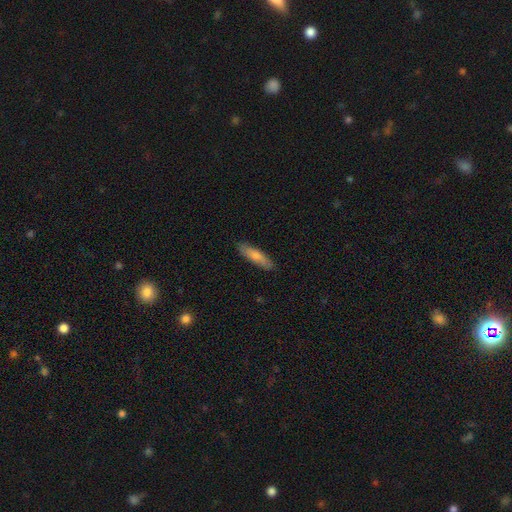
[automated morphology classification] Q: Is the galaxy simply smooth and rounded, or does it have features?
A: smooth — 76%.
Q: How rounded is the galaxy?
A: cigar-shaped — 64%.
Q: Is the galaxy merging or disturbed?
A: none — 87%.